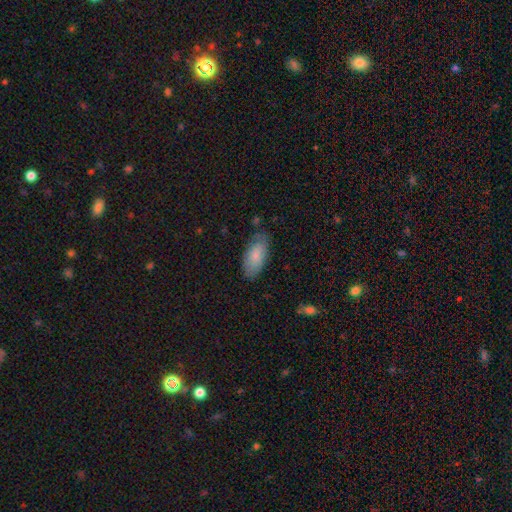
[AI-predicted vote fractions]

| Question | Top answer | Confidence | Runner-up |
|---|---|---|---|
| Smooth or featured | smooth | 81% | featured or disk (13%) |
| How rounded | in between | 89% | cigar-shaped (8%) |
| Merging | none | 76% | minor disturbance (19%) |